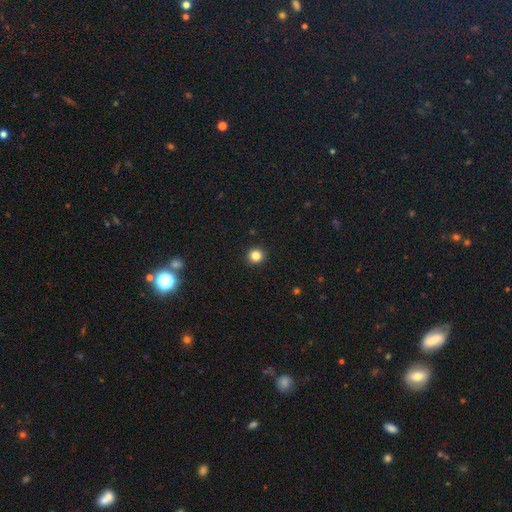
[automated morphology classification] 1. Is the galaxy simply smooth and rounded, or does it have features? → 84% smooth, 12% star or artifact, 4% featured or disk.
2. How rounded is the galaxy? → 93% round, 6% in between, 1% cigar-shaped.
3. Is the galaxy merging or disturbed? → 93% none, 4% minor disturbance, 1% major disturbance, 1% merger.